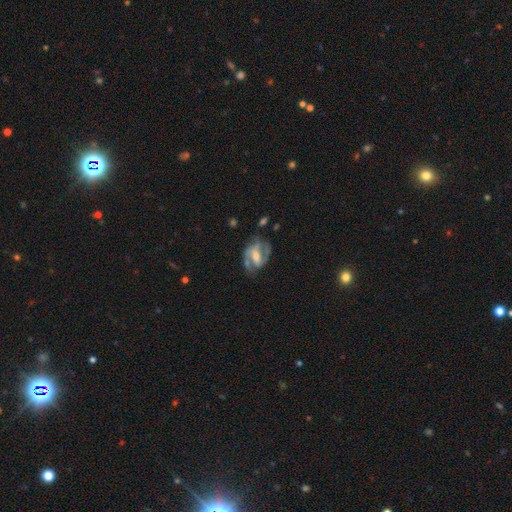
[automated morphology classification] Overall: featured or disk (82%). Edge-on disk: no (97%). Bar: weak (43%; strong 39%). Spiral arms: yes (91%). Spiral arm count: 2 (81%). Spiral winding: medium (53%; tight 25%). Bulge size: moderate (47%; small 35%). Merging: none (61%; minor disturbance 21%).